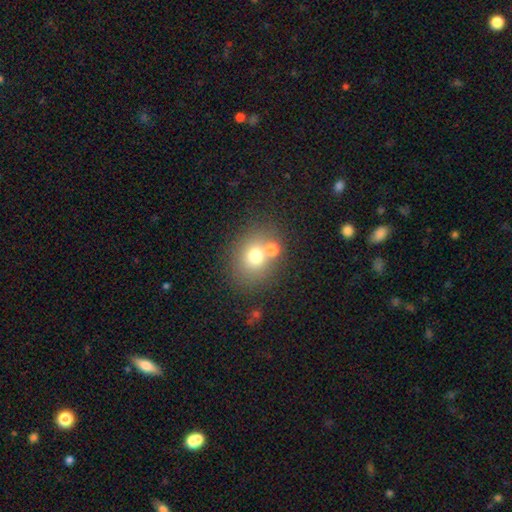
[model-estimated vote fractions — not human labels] Smooth or featured?
  - smooth: 70% *
  - featured or disk: 15%
  - star or artifact: 14%
How rounded?
  - round: 68% *
  - in between: 31%
  - cigar-shaped: 1%
Merging?
  - none: 55% *
  - merger: 31%
  - minor disturbance: 10%
  - major disturbance: 4%